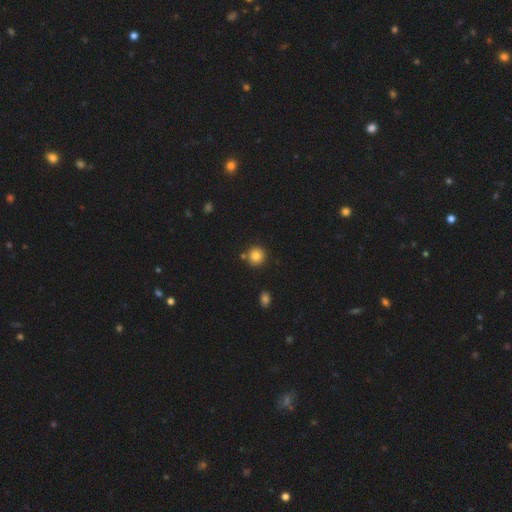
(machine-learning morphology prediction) Q: Smooth or featured?
A: smooth (84%); runner-up: star or artifact (11%)
Q: How rounded?
A: round (93%); runner-up: in between (6%)
Q: Merging?
A: none (81%); runner-up: merger (9%)